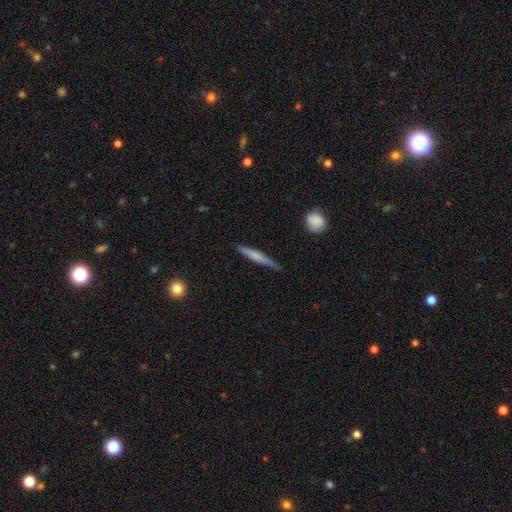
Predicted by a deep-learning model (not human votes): Smooth or featured? smooth (54%)
How rounded? cigar-shaped (94%)
Merging? none (81%)